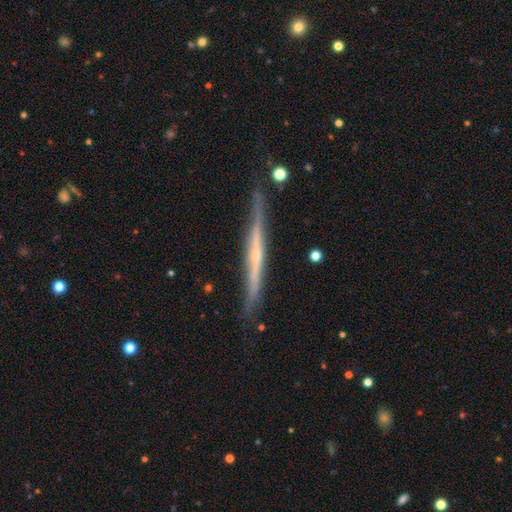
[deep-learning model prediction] smooth-or-featured: featured or disk: 75% | smooth: 19% | star or artifact: 6%
  disk-edge-on: yes: 97% | no: 3%
    edge-on-bulge: none: 50% | rounded: 44% | boxy: 6%
  merging: none: 83% | minor disturbance: 13% | major disturbance: 2% | merger: 2%